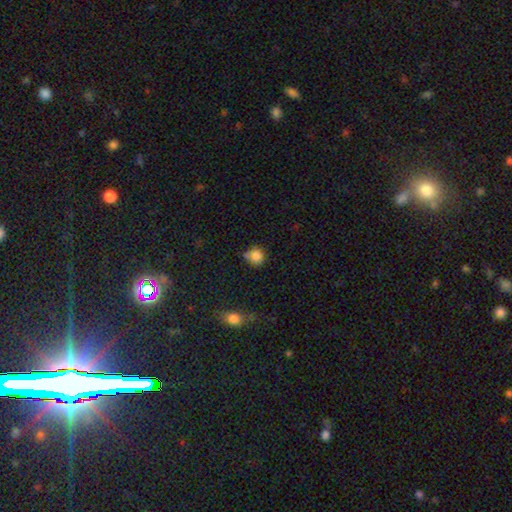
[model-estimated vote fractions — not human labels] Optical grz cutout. It shows a smooth galaxy with no disk features (83%) that is round (87%). Merging: none (62%).